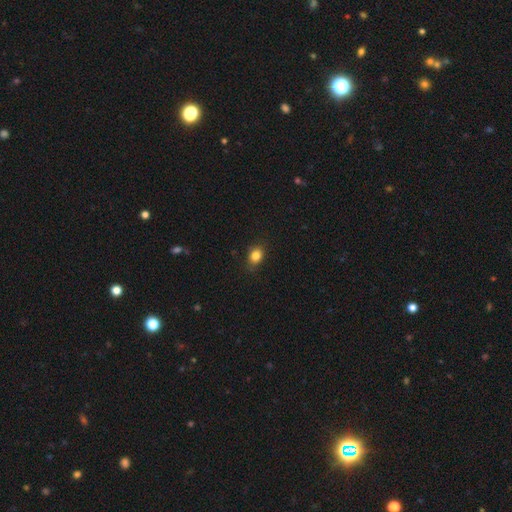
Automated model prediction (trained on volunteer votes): smooth-or-featured: smooth: 84% | star or artifact: 11% | featured or disk: 5%
  how-rounded: round: 50% | in between: 49% | cigar-shaped: 1%
  merging: none: 81% | minor disturbance: 14% | major disturbance: 3% | merger: 1%